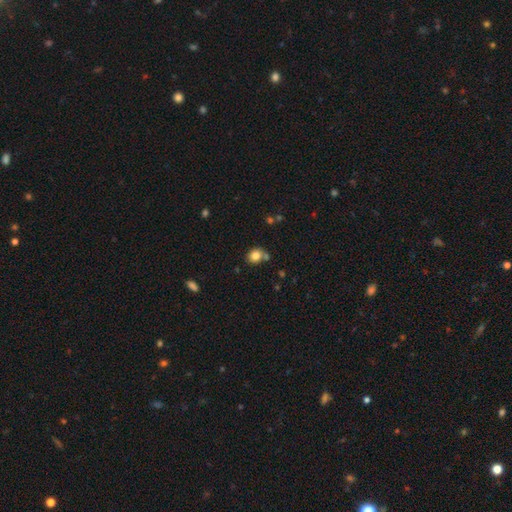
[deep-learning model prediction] Smooth or featured?
  - smooth: 81% *
  - star or artifact: 11%
  - featured or disk: 8%
How rounded?
  - round: 69% *
  - in between: 31%
  - cigar-shaped: 1%
Merging?
  - none: 64% *
  - merger: 16%
  - minor disturbance: 15%
  - major disturbance: 5%